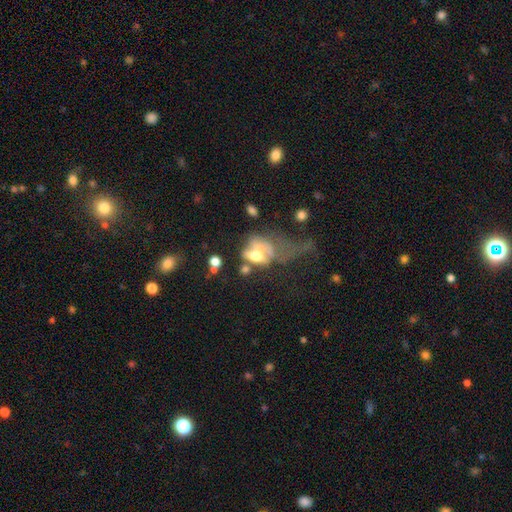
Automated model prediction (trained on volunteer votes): Smooth or featured?
  - featured or disk: 44% *
  - smooth: 43%
  - star or artifact: 13%
Merging?
  - merger: 43% *
  - major disturbance: 39%
  - none: 10%
  - minor disturbance: 8%